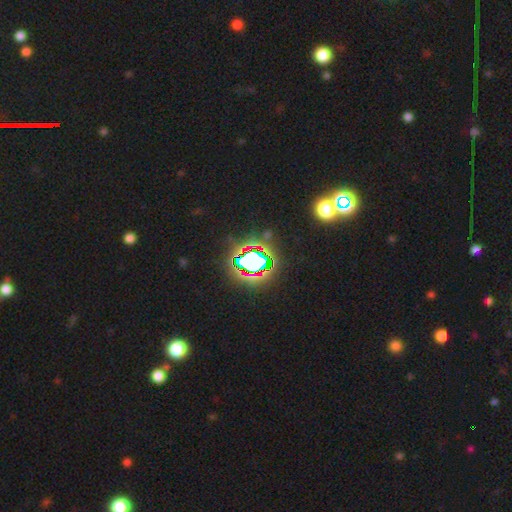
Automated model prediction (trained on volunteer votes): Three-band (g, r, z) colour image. It shows a star or artifact, not a galaxy (79%).